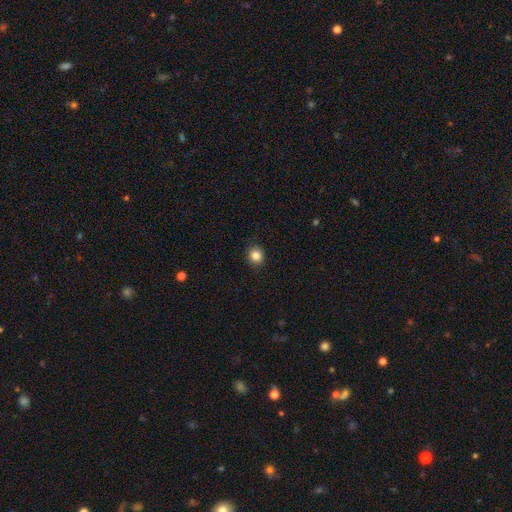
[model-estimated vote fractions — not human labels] A smooth galaxy with no disk features (85%) that is round (87%). Merging: none (91%).